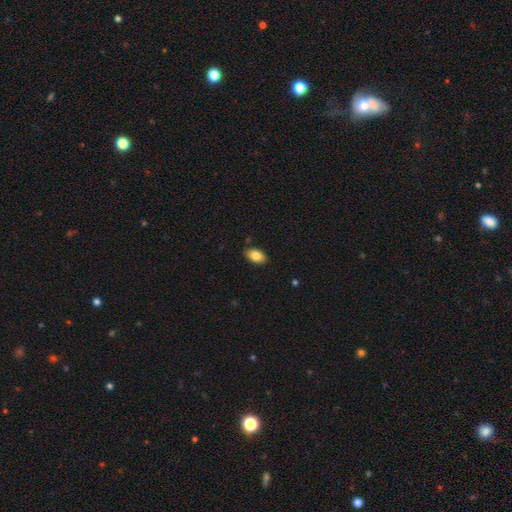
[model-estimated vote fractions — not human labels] A smooth galaxy with no disk features (82%) that is in between round and cigar-shaped (91%). Merging: none (87%).